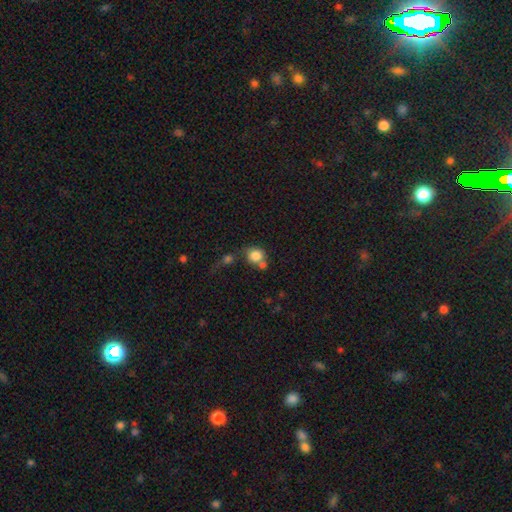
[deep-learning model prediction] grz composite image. It shows a smooth galaxy with no disk features (82%) that is round (81%). Merging: none (45%).